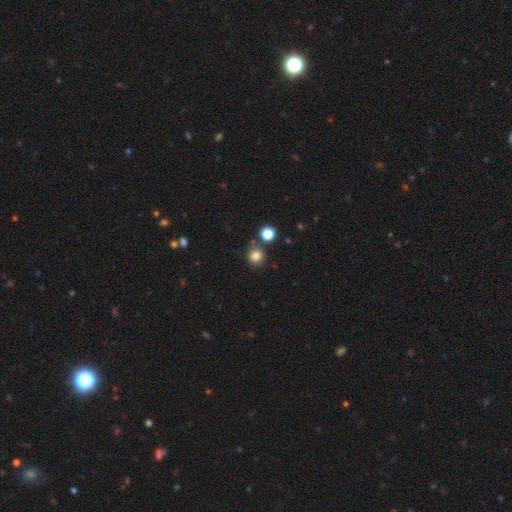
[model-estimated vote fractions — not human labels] Morphology: type=smooth (82%); roundness=round (89%); merging=none (77%).